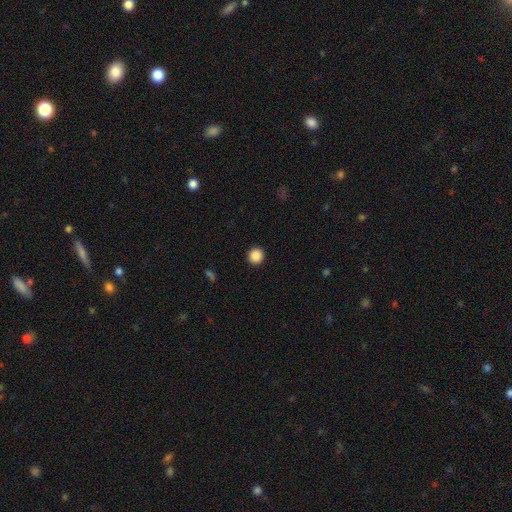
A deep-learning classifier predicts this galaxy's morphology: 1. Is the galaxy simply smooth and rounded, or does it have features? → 88% smooth, 9% star or artifact, 3% featured or disk.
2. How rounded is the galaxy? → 94% round, 5% in between, 1% cigar-shaped.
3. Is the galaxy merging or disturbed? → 93% none, 4% minor disturbance, 2% major disturbance, 1% merger.